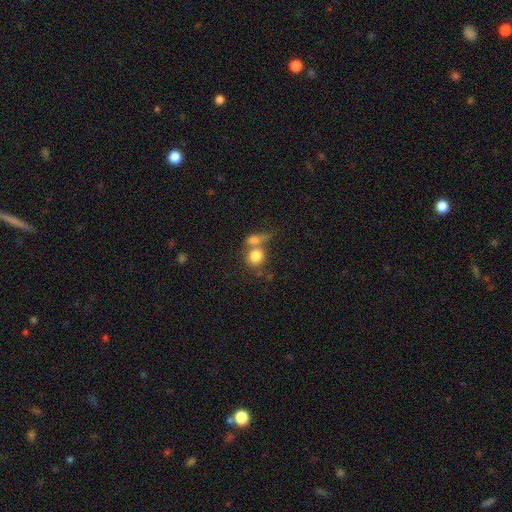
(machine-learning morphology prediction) This appears to be a smooth galaxy with no disk features (78%) that is round (77%). Merging: merger (52%).